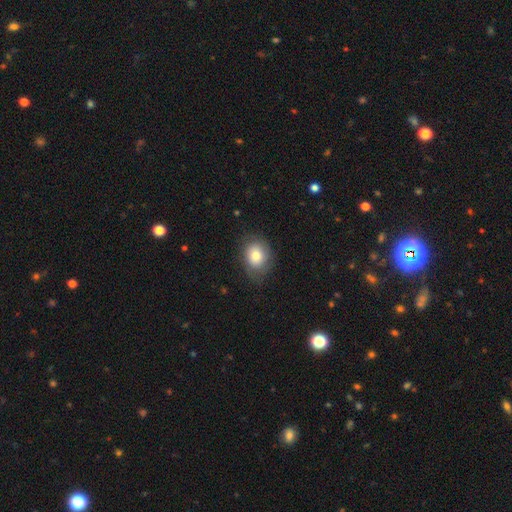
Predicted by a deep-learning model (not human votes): The model was most divided on "how rounded": in between: 53%, round: 46%, cigar-shaped: 1%. More confident: smooth or featured — smooth (76%); merging — none (72%).